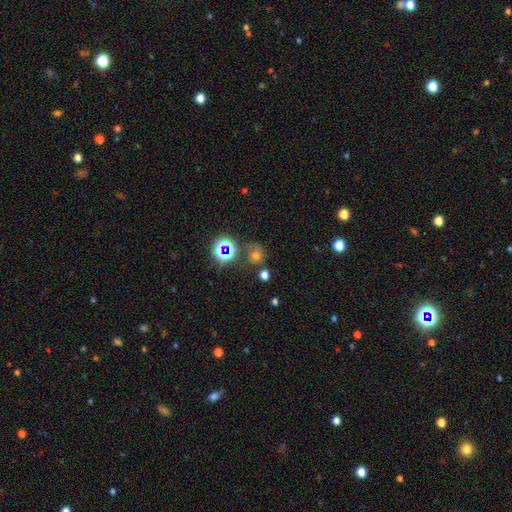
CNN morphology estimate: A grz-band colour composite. It shows a smooth galaxy with no disk features (58%) that is round (83%). Merging: none (70%).